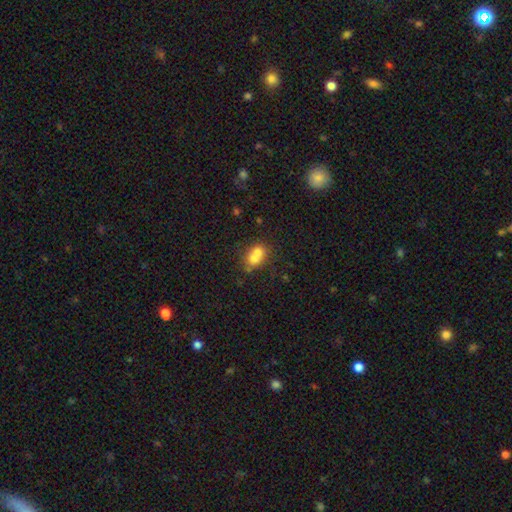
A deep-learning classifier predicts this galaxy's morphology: Smooth or featured?
  - smooth: 66% *
  - featured or disk: 22%
  - star or artifact: 12%
How rounded?
  - round: 55% *
  - in between: 43%
  - cigar-shaped: 1%
Merging?
  - merger: 65% *
  - none: 25%
  - minor disturbance: 7%
  - major disturbance: 3%